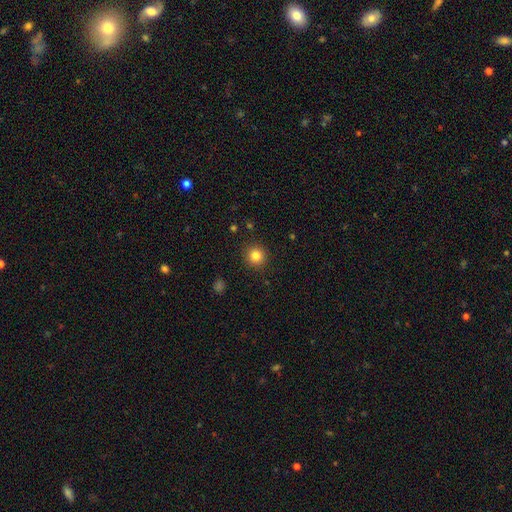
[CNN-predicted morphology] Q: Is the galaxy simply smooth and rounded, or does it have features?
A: smooth — 83%.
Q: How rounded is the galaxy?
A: round — 94%.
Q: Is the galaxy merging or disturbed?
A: none — 91%.